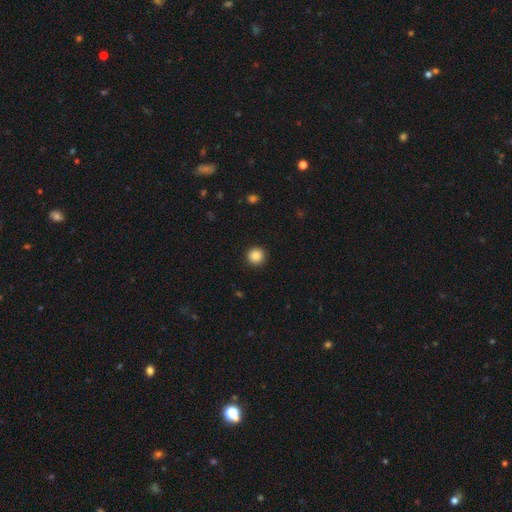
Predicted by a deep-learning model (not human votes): Overall: smooth (87%). How rounded: round (96%). Merging: none (92%).